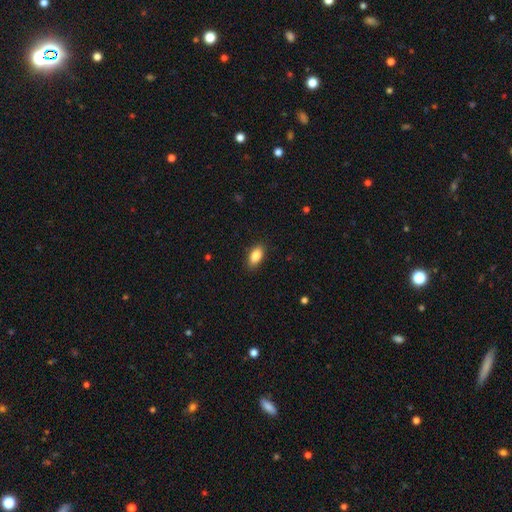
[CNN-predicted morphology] smooth 87%, star or artifact 7%, featured or disk 6%. Down the decision tree: how rounded — in between (91%); merging — none (87%).